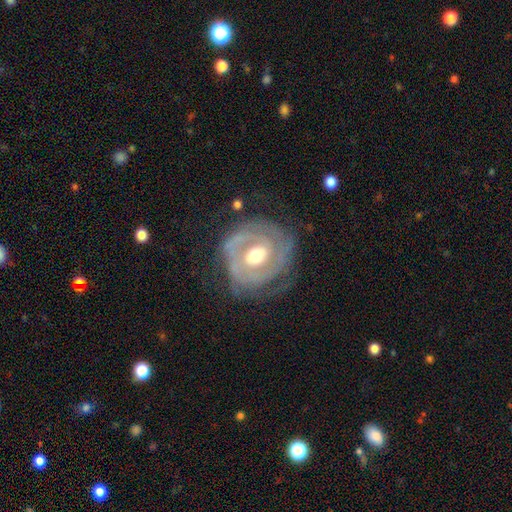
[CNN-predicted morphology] Smooth or featured? featured or disk (83%)
Edge-on disk? no (97%)
Bar? no (46%)
Spiral arms? yes (86%)
Spiral winding? tight (69%)
Spiral arm count? 2 (39%)
Bulge size? moderate (73%)
Merging? none (66%)